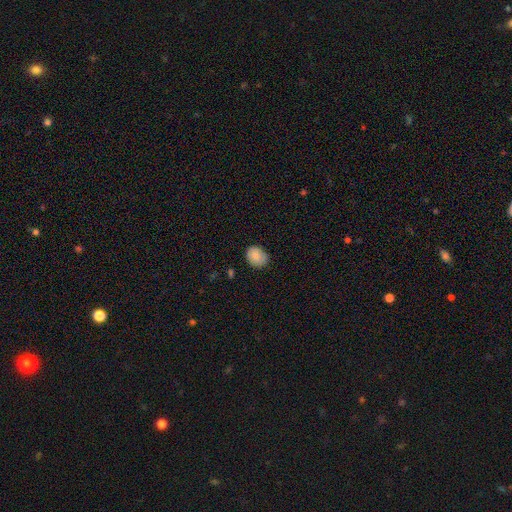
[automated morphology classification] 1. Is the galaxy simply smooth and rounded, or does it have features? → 84% smooth, 8% featured or disk, 8% star or artifact.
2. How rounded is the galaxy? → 52% in between, 47% round, 1% cigar-shaped.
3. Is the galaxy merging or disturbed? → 78% none, 18% minor disturbance, 3% major disturbance, 1% merger.